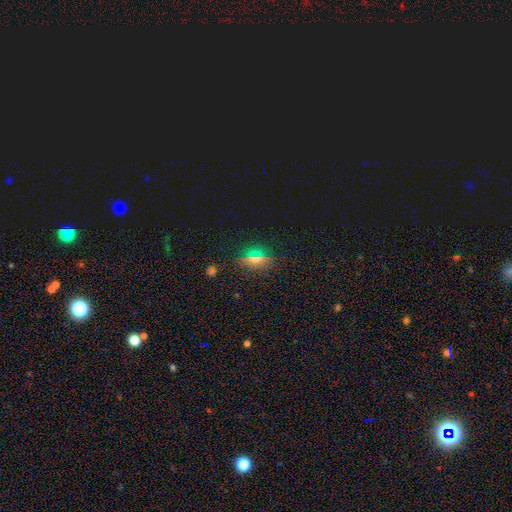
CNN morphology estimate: The model was most divided on "how rounded": in between: 56%, round: 34%, cigar-shaped: 10%. More confident: merging — none (86%); smooth or featured — smooth (54%).